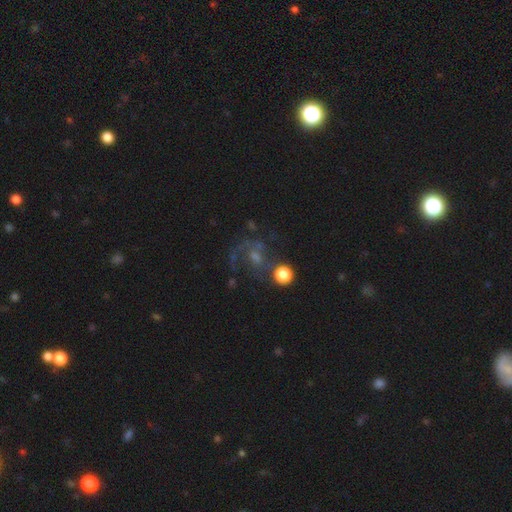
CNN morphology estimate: Q: Smooth or featured?
A: featured or disk (52%); runner-up: smooth (25%)
Q: Edge-on disk?
A: no (97%); runner-up: yes (3%)
Q: Bar?
A: no (67%); runner-up: weak (27%)
Q: Spiral arms?
A: yes (73%); runner-up: no (27%)
Q: Bulge size?
A: moderate (35%); runner-up: small (33%)
Q: Merging?
A: none (44%); runner-up: major disturbance (29%)